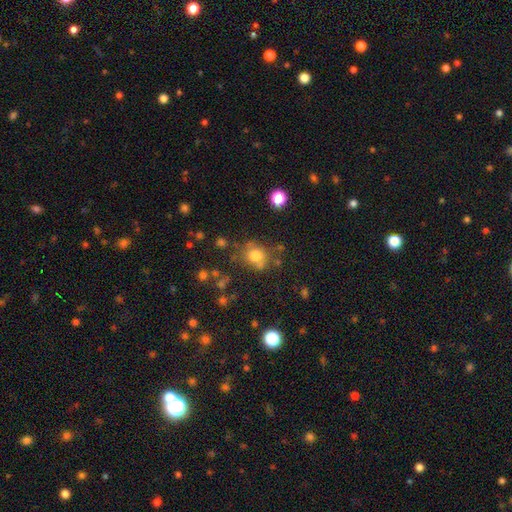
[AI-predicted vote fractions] Smooth or featured: smooth — 74% (star or artifact — 14%)
How rounded: round — 73% (in between — 26%)
Merging: none — 62% (minor disturbance — 18%)